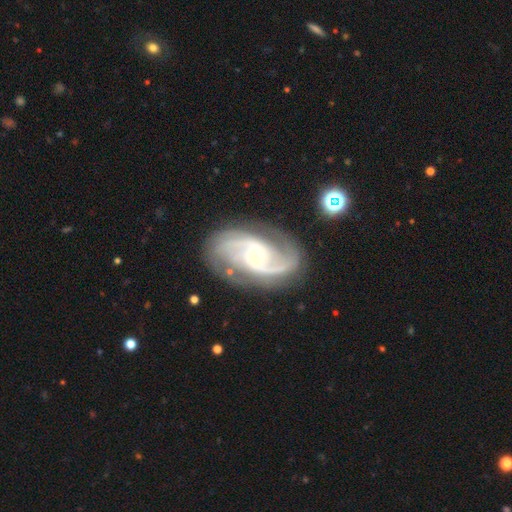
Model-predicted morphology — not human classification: type=featured or disk (91%); edge-on=no (97%); bar=no (49%); spiral arms=yes (98%); winding=medium (54%); arm count=2 (79%); bulge=small (49%); merging=none (77%).